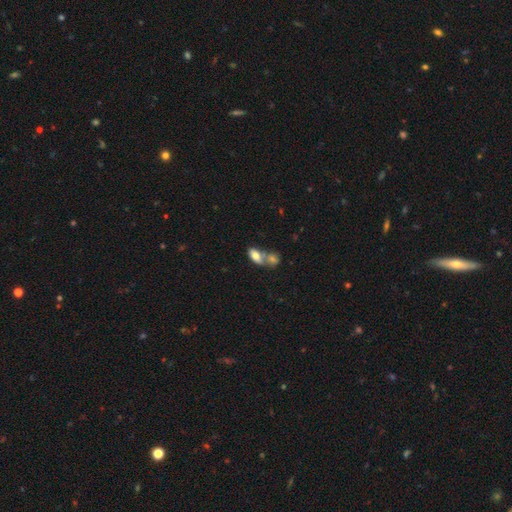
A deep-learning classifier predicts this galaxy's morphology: Smooth or featured: smooth — 75% (featured or disk — 17%)
How rounded: in between — 89% (cigar-shaped — 6%)
Merging: merger — 57% (none — 29%)